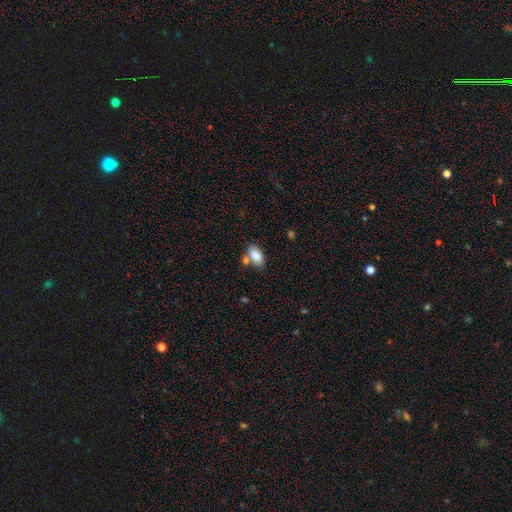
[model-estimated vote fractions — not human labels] Overall: smooth (85%). How rounded: in between (92%). Merging: none (61%).